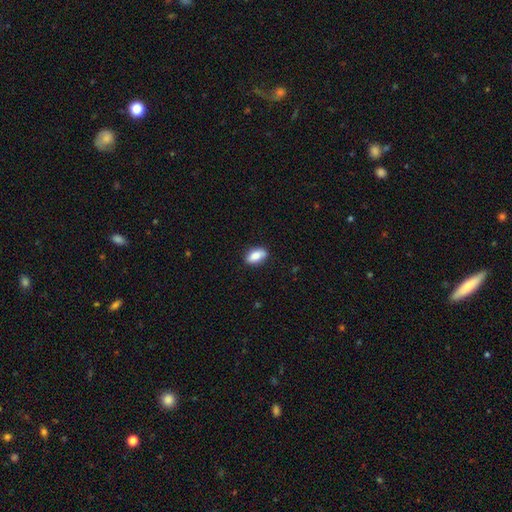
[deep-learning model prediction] Smooth or featured? smooth (84%)
How rounded? in between (88%)
Merging? none (83%)